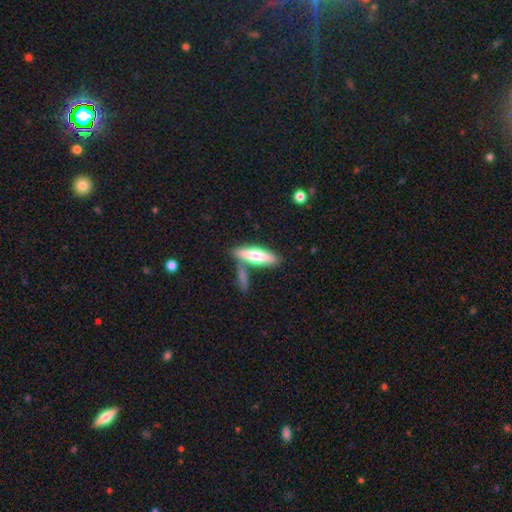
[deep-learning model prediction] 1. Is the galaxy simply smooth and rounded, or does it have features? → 60% smooth, 34% featured or disk, 5% star or artifact.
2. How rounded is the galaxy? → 62% cigar-shaped, 36% in between, 2% round.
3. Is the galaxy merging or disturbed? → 64% none, 20% merger, 12% minor disturbance, 4% major disturbance.